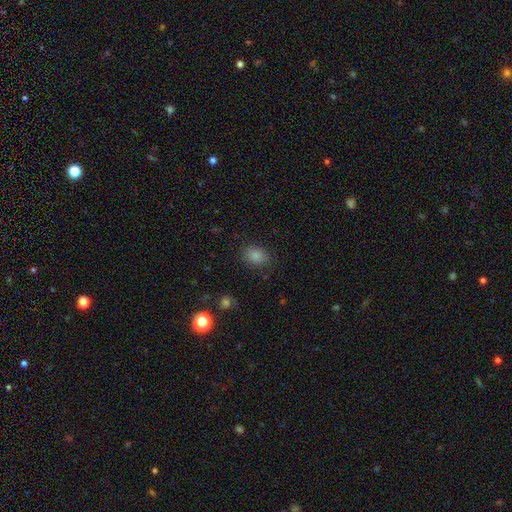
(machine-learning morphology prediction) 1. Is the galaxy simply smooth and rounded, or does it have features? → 85% smooth, 10% star or artifact, 5% featured or disk.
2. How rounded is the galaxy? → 68% in between, 31% round, 1% cigar-shaped.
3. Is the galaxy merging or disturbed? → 84% none, 11% minor disturbance, 4% major disturbance, 1% merger.